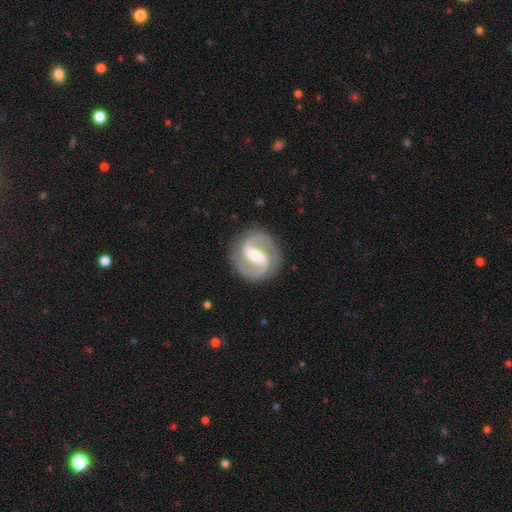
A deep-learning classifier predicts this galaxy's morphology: Overall: featured or disk (90%). Edge-on disk: no (98%). Bar: strong (46%; weak 39%). Spiral arms: yes (97%). Spiral arm count: 2 (93%). Spiral winding: medium (57%; tight 25%). Bulge size: moderate (52%; small 41%). Merging: none (87%).